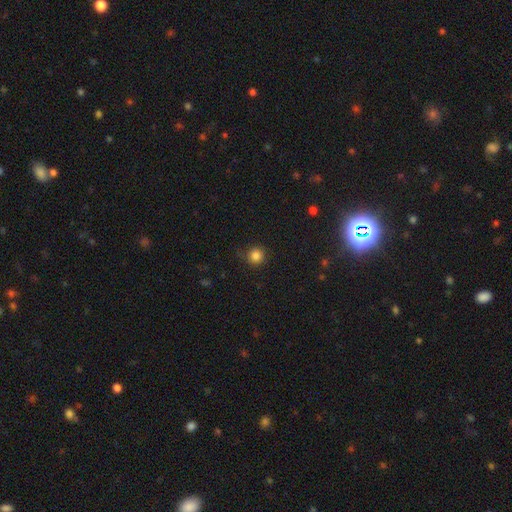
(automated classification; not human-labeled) Smooth or featured?
  - smooth: 84% *
  - star or artifact: 12%
  - featured or disk: 4%
How rounded?
  - round: 95% *
  - in between: 4%
  - cigar-shaped: 1%
Merging?
  - none: 87% *
  - minor disturbance: 9%
  - major disturbance: 3%
  - merger: 1%